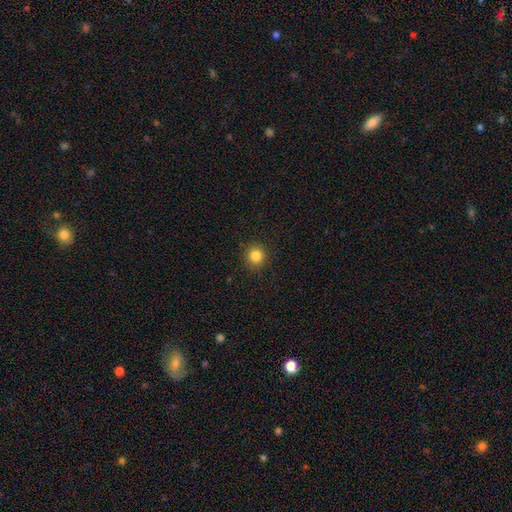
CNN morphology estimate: Smooth or featured: smooth — 83% (star or artifact — 12%)
How rounded: round — 91% (in between — 8%)
Merging: none — 91% (minor disturbance — 6%)